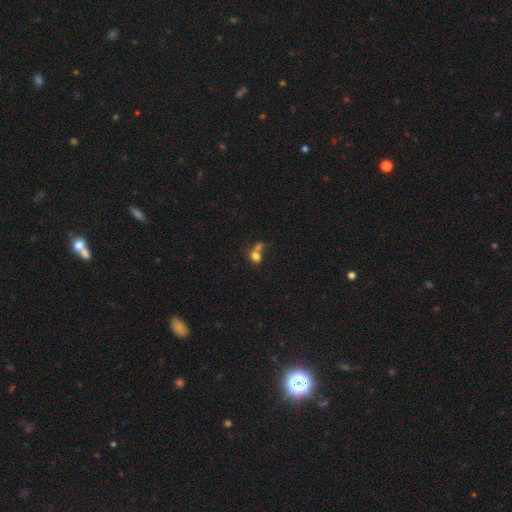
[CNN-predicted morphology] smooth-or-featured: smooth: 76% | featured or disk: 12% | star or artifact: 12%
  how-rounded: in between: 54% | round: 45% | cigar-shaped: 2%
  merging: merger: 57% | none: 27% | minor disturbance: 9% | major disturbance: 7%